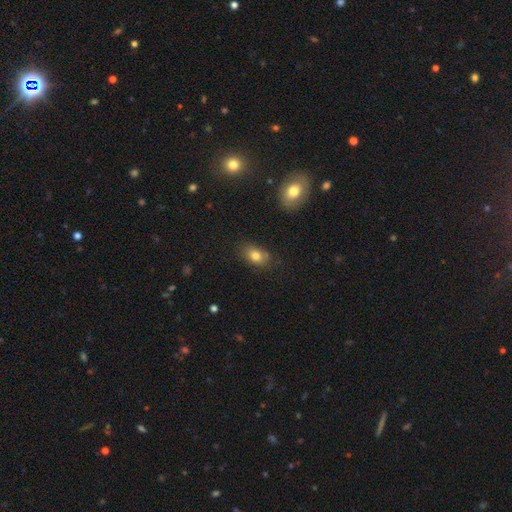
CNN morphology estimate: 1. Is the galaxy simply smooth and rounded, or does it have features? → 79% smooth, 11% featured or disk, 10% star or artifact.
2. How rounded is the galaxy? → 76% in between, 22% round, 2% cigar-shaped.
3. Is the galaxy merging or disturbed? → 71% none, 20% minor disturbance, 5% major disturbance, 4% merger.